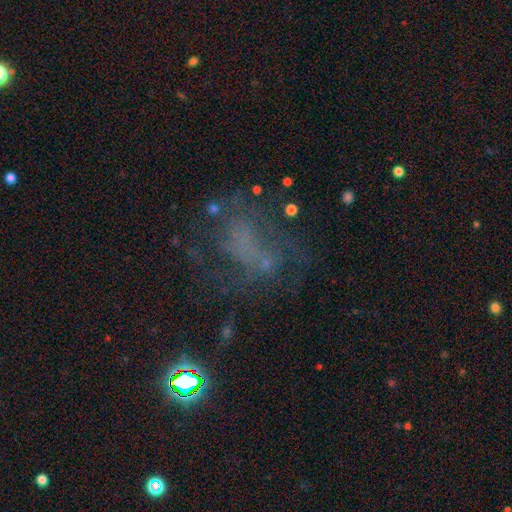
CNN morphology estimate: Smooth or featured? featured or disk (47%)
Merging? none (48%)